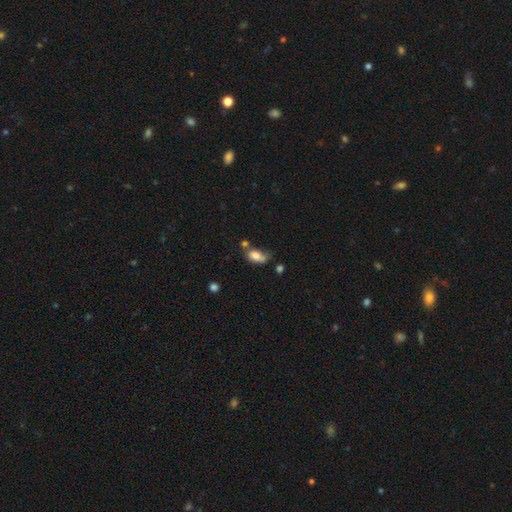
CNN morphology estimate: smooth_or_featured: smooth (p=0.77) [alt: featured or disk p=0.14]
how_rounded: in between (p=0.83) [alt: round p=0.14]
merging: minor disturbance (p=0.30) [tied with: none p=0.30]